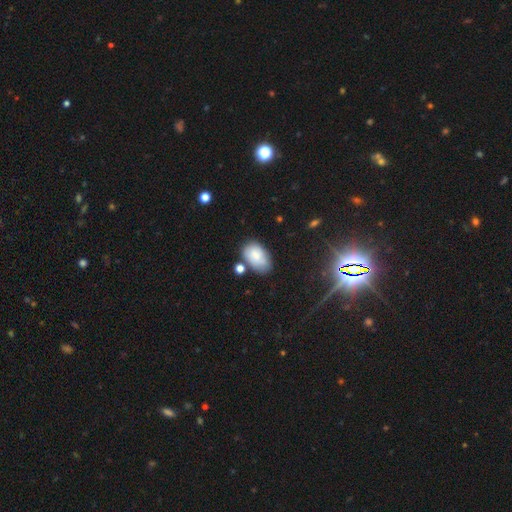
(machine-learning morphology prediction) Overall: smooth (80%). How rounded: in between (92%). Merging: none (60%; minor disturbance 23%).